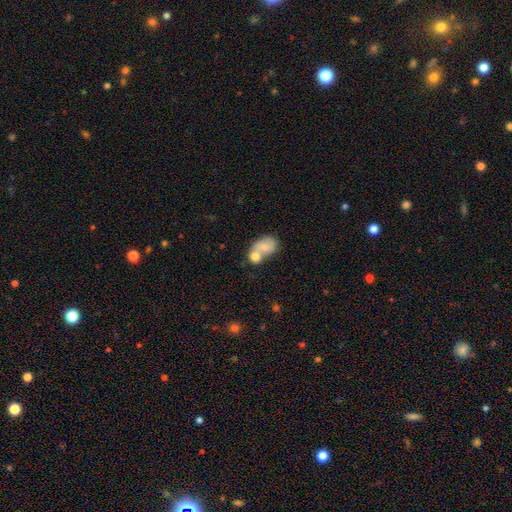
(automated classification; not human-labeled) Smooth or featured? Predicted: smooth (p=0.71). How rounded? Predicted: in between (p=0.59). Merging? Predicted: merger (p=0.67).